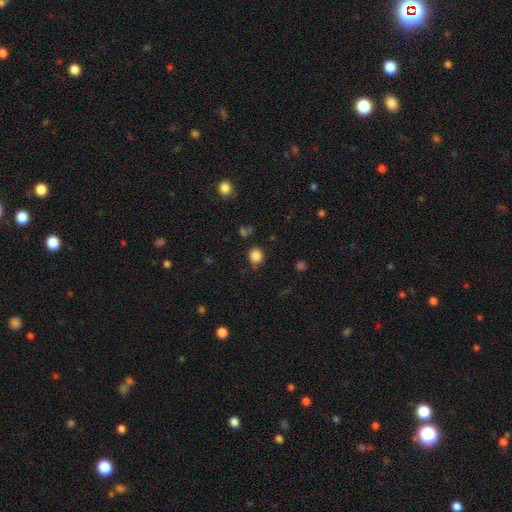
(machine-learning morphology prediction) Smooth or featured? smooth (84%)
How rounded? round (75%)
Merging? none (80%)